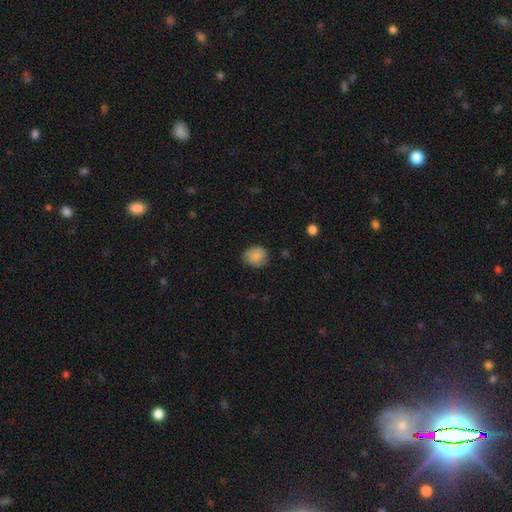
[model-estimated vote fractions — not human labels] Smooth or featured? smooth (85%)
How rounded? round (69%)
Merging? none (78%)